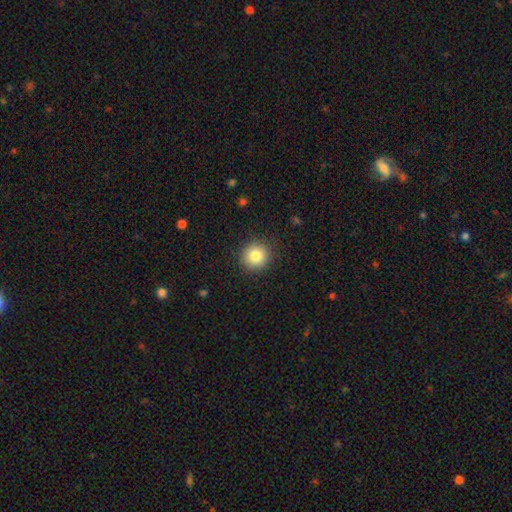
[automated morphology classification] smooth_or_featured: smooth (p=0.83) [alt: star or artifact p=0.10]
how_rounded: round (p=0.92) [alt: in between p=0.07]
merging: none (p=0.90) [alt: minor disturbance p=0.07]